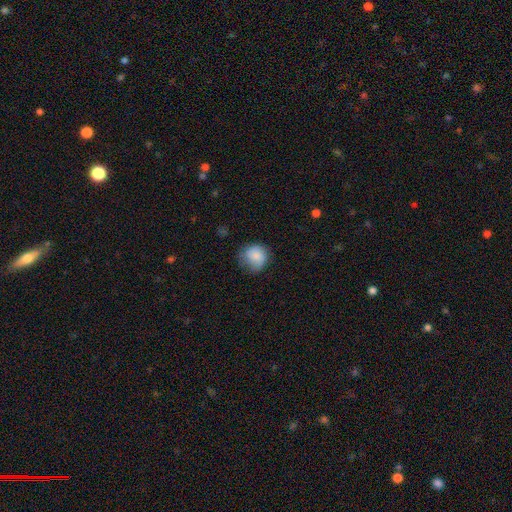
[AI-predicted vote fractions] smooth-or-featured: smooth: 81% | featured or disk: 12% | star or artifact: 8%
  how-rounded: round: 81% | in between: 18% | cigar-shaped: 1%
  merging: none: 57% | minor disturbance: 31% | major disturbance: 11% | merger: 1%